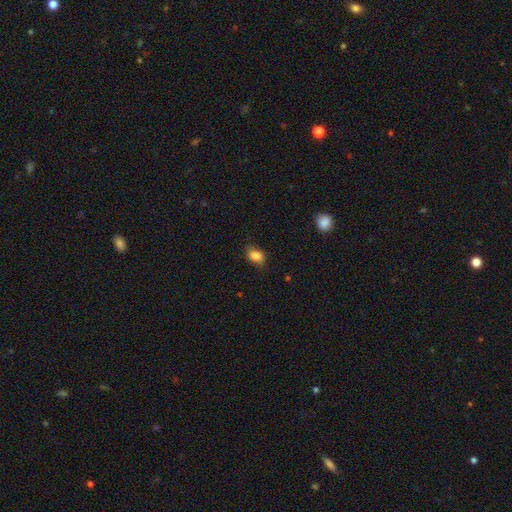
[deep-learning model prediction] This is clearly a smooth galaxy (86%). How rounded: likely in between (75%). Merging: likely none (74%).